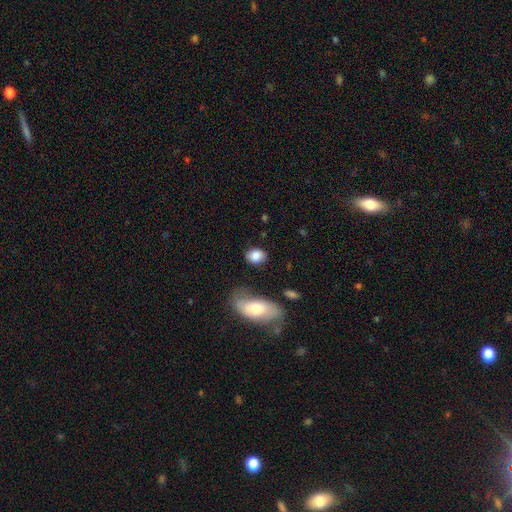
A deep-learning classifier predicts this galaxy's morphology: smooth 84%, featured or disk 8%, star or artifact 8%. Down the decision tree: how rounded — in between (63%); merging — none (76%).